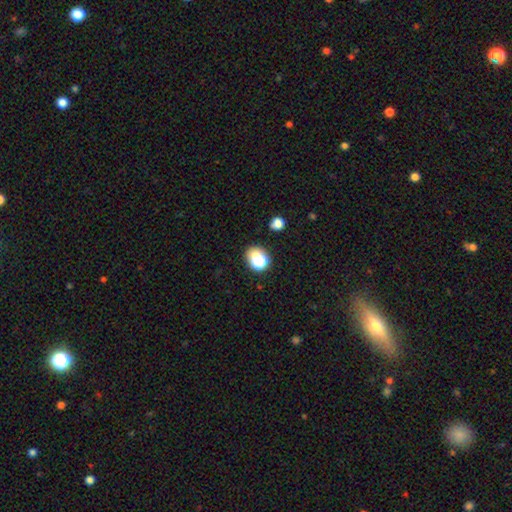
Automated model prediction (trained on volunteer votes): smooth-or-featured: smooth: 67% | star or artifact: 22% | featured or disk: 11%
  how-rounded: round: 65% | in between: 33% | cigar-shaped: 1%
  merging: none: 59% | merger: 17% | minor disturbance: 16% | major disturbance: 8%